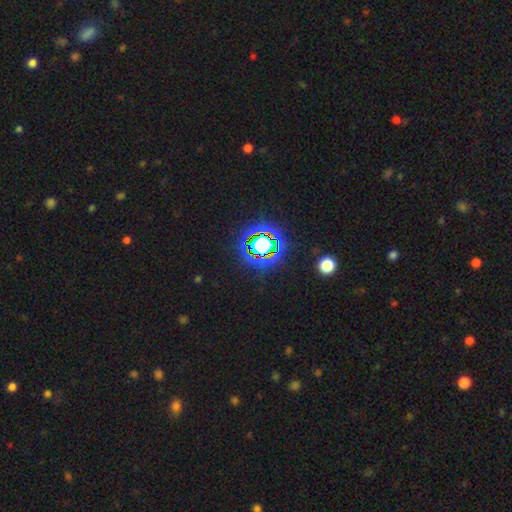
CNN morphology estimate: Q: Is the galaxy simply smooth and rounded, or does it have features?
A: star or artifact — 81%.